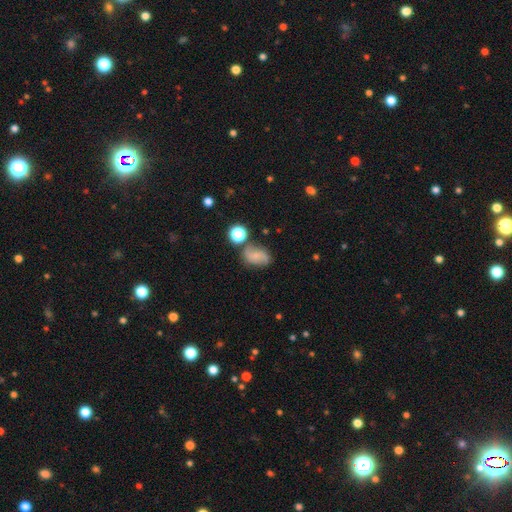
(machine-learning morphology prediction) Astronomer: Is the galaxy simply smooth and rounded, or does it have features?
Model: smooth — 51% (runner-up: featured or disk, 35%).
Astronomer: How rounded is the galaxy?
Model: in between — 76%.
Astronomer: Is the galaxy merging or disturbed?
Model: none — 61%.